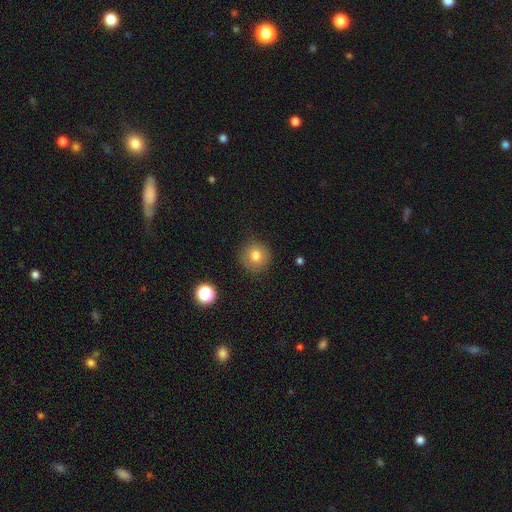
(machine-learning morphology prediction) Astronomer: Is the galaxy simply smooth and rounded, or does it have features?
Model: smooth — 77%.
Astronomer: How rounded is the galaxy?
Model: round — 94%.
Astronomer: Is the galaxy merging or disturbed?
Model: none — 86%.